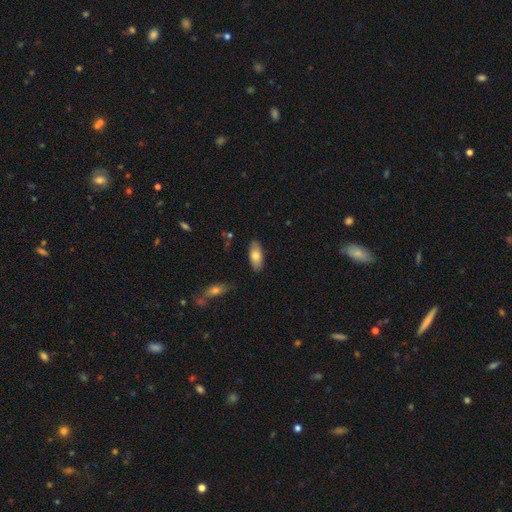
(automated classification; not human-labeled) Smooth or featured?
  - smooth: 75% *
  - featured or disk: 19%
  - star or artifact: 6%
How rounded?
  - in between: 86% *
  - cigar-shaped: 11%
  - round: 2%
Merging?
  - none: 84% *
  - minor disturbance: 12%
  - major disturbance: 2%
  - merger: 2%